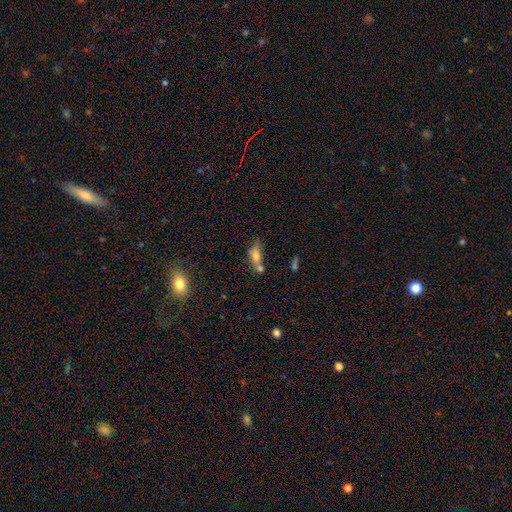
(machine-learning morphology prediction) Smooth or featured? smooth (58%)
How rounded? in between (65%)
Merging? merger (39%)